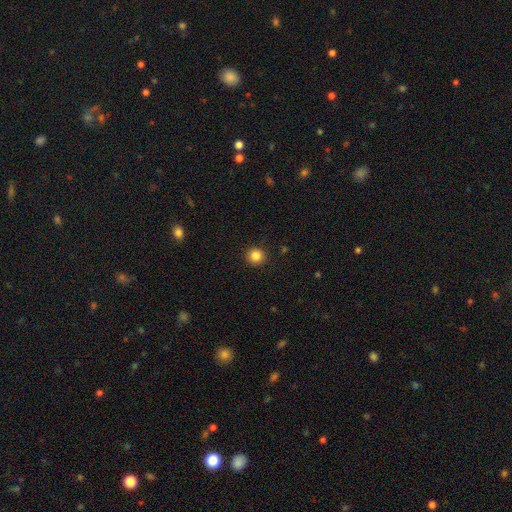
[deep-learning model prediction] Smooth or featured: smooth — 85% (star or artifact — 11%)
How rounded: round — 94% (in between — 5%)
Merging: none — 92% (minor disturbance — 5%)